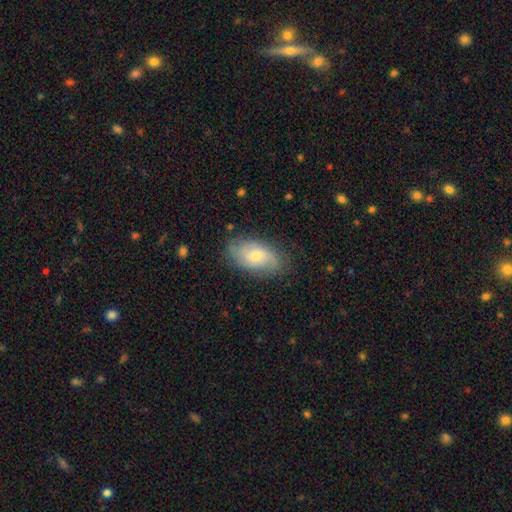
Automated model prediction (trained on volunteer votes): Smooth or featured?
  - smooth: 49% *
  - featured or disk: 44%
  - star or artifact: 7%
Merging?
  - none: 77% *
  - minor disturbance: 17%
  - major disturbance: 5%
  - merger: 1%